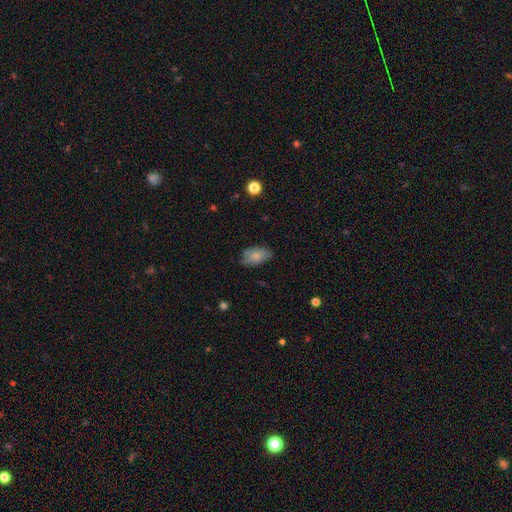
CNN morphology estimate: Smooth or featured? Predicted: smooth (p=0.77). How rounded? Predicted: in between (p=0.91). Merging? Predicted: none (p=0.67).